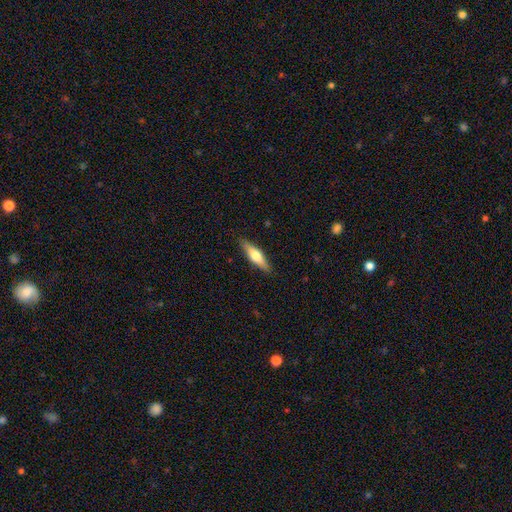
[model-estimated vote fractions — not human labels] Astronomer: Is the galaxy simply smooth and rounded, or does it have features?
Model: smooth — 53% (runner-up: featured or disk, 41%).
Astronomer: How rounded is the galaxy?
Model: cigar-shaped — 62%.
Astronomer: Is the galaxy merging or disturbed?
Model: none — 88%.